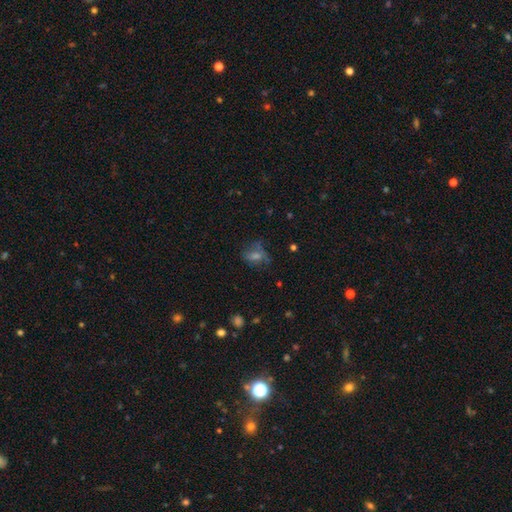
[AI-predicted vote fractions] Overall: smooth (39%; featured or disk 32%). Merging: none (58%; minor disturbance 21%).